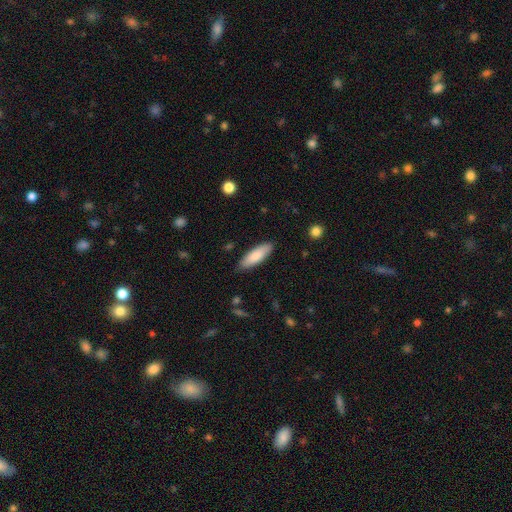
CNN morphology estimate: The model was most divided on "how rounded": in between: 53%, cigar-shaped: 46%, round: 1%. More confident: merging — none (86%); smooth or featured — smooth (84%).